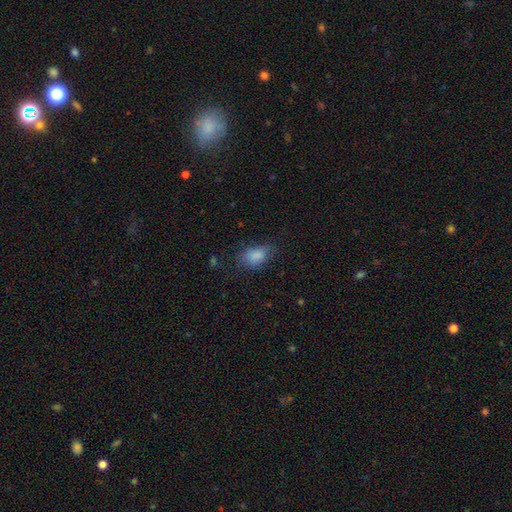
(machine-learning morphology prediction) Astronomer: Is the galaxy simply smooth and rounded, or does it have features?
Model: smooth — 84%.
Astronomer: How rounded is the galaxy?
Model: in between — 86%.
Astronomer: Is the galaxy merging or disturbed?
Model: none — 62%.